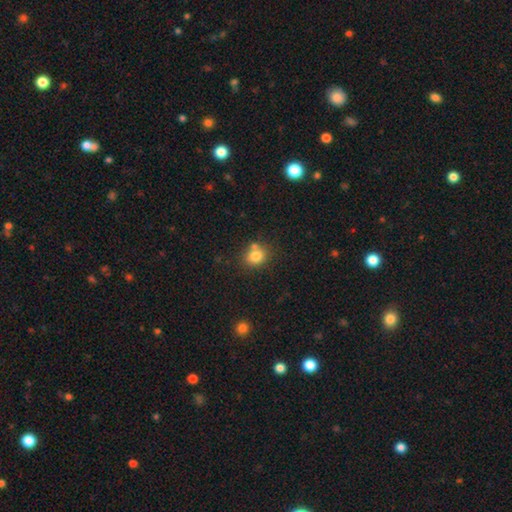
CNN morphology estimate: Smooth or featured: smooth — 80% (star or artifact — 11%)
How rounded: round — 69% (in between — 30%)
Merging: none — 64% (merger — 20%)